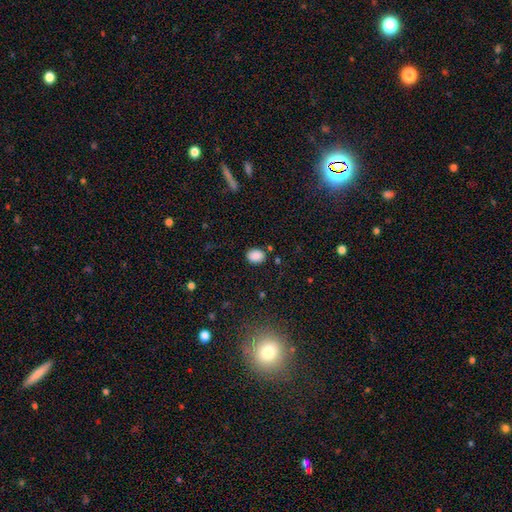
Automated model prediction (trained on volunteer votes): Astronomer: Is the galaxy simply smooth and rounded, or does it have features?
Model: smooth — 88%.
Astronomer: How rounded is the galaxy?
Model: in between — 68%.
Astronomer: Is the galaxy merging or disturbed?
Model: none — 83%.